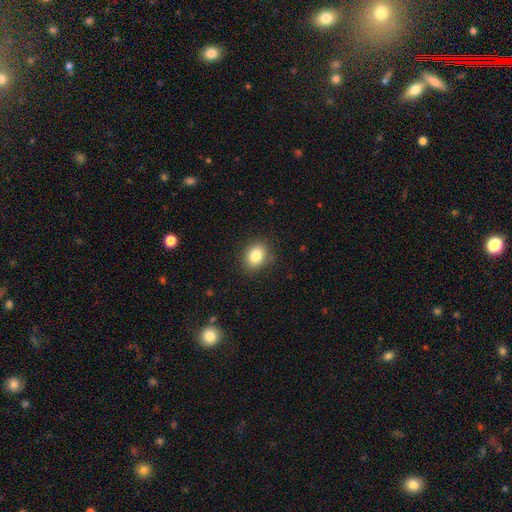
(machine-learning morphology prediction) Smooth or featured? smooth (83%)
How rounded? round (52%)
Merging? none (87%)